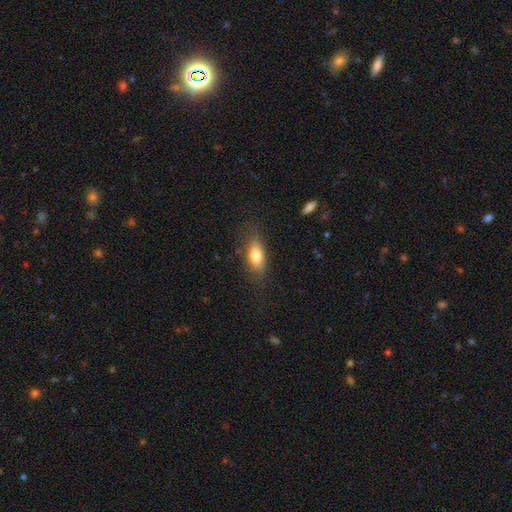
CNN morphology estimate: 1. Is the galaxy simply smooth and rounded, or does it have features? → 76% smooth, 16% featured or disk, 8% star or artifact.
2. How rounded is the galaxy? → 76% in between, 19% cigar-shaped, 5% round.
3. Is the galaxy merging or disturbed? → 75% none, 18% minor disturbance, 6% major disturbance, 2% merger.